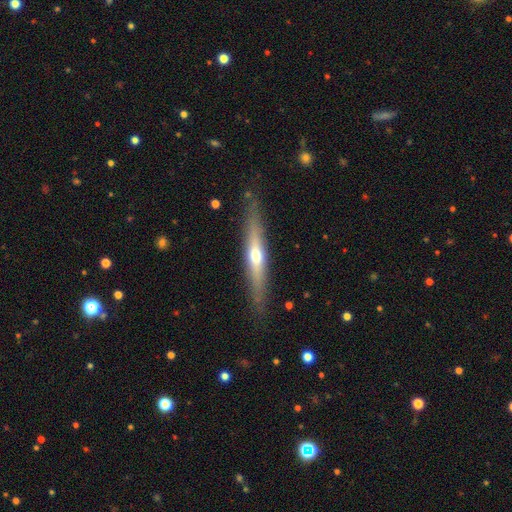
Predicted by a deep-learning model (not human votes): smooth_or_featured: featured or disk (p=0.56) [alt: smooth p=0.38]
disk_edge_on: yes (p=0.89) [alt: no p=0.11]
edge_on_bulge: rounded (p=0.84) [alt: none p=0.12]
merging: none (p=0.84) [alt: minor disturbance p=0.11]